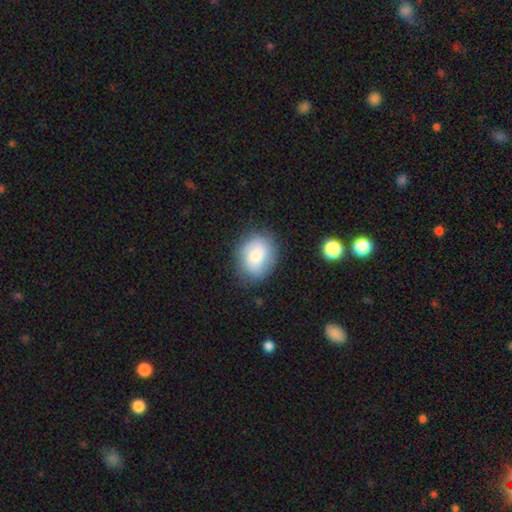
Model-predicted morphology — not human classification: This appears to be a smooth galaxy with no disk features (74%) that is in between round and cigar-shaped (52%). Merging: none (77%).